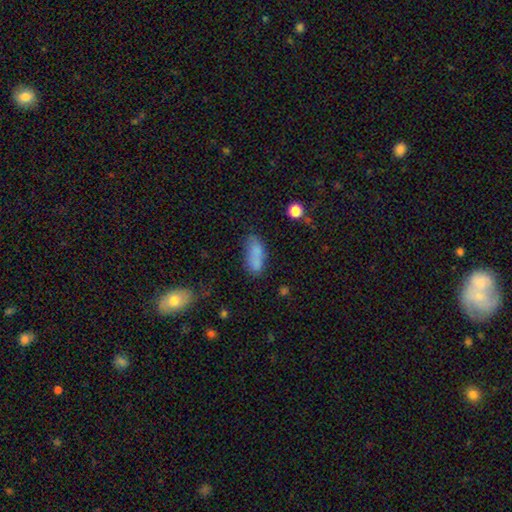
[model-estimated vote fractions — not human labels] This appears to be a smooth galaxy with no disk features (78%) that is in between round and cigar-shaped (77%). Merging: none (53%).